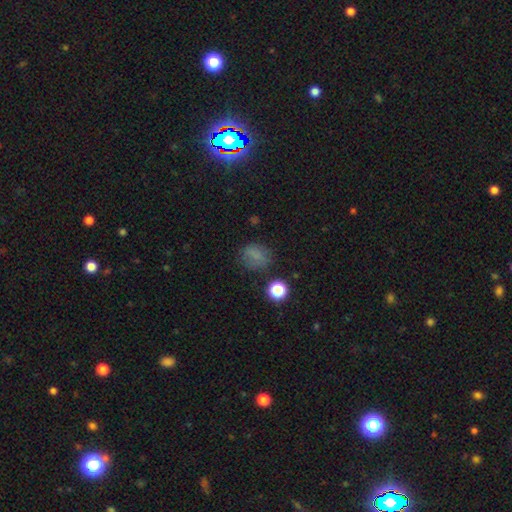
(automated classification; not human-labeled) The model was most divided on "how rounded": round: 63%, in between: 36%, cigar-shaped: 1%. More confident: merging — none (72%); smooth or featured — smooth (70%).